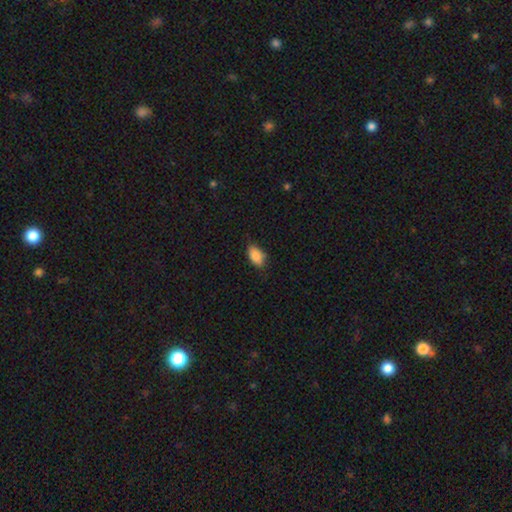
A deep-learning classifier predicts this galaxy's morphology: type=smooth (87%); roundness=in between (92%); merging=none (78%).